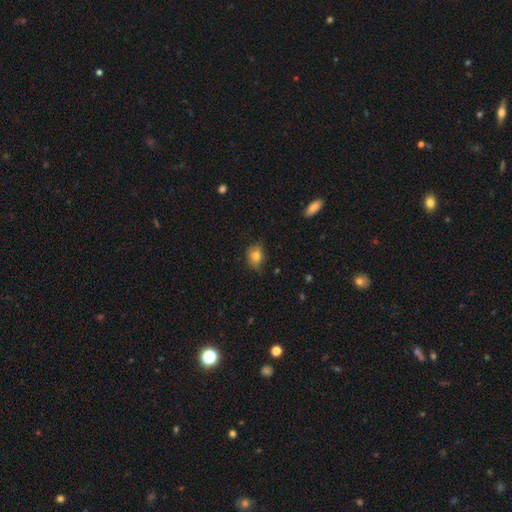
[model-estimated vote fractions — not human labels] This appears to be a smooth galaxy with no disk features (77%) that is in between round and cigar-shaped (52%). Merging: none (66%).